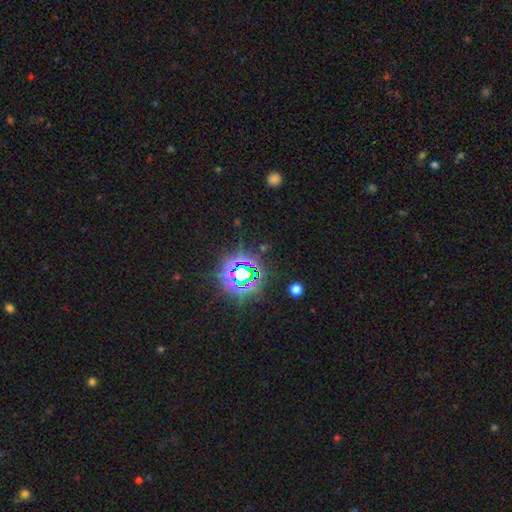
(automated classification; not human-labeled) Smooth or featured: star or artifact — 83% (smooth — 11%)